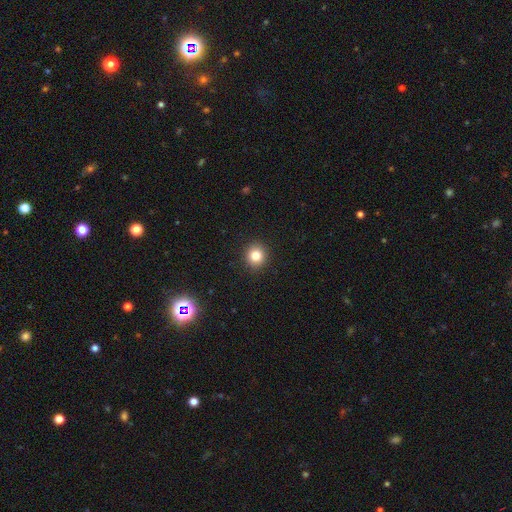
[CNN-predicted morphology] Smooth or featured?
  - smooth: 81% *
  - star or artifact: 12%
  - featured or disk: 7%
How rounded?
  - round: 88% *
  - in between: 11%
  - cigar-shaped: 1%
Merging?
  - none: 92% *
  - minor disturbance: 5%
  - major disturbance: 2%
  - merger: 1%